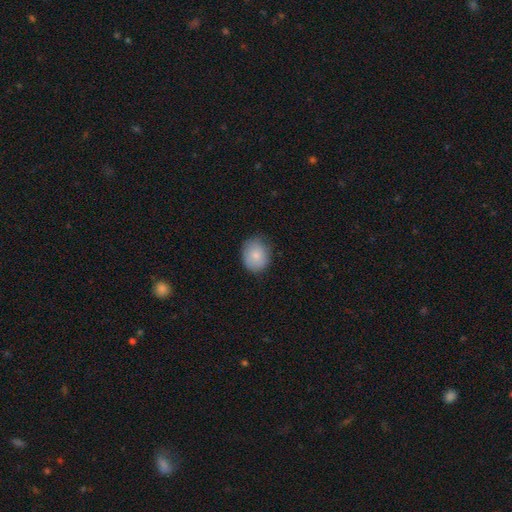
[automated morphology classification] Smooth or featured? smooth (83%)
How rounded? round (57%)
Merging? none (75%)